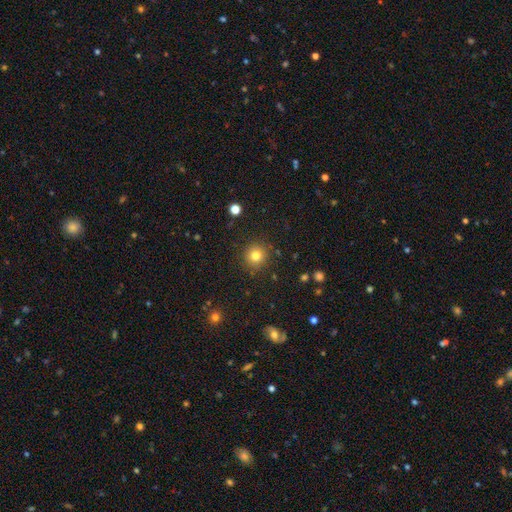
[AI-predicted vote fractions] smooth_or_featured: smooth (p=0.80) [alt: star or artifact p=0.13]
how_rounded: round (p=0.92) [alt: in between p=0.07]
merging: none (p=0.89) [alt: minor disturbance p=0.07]